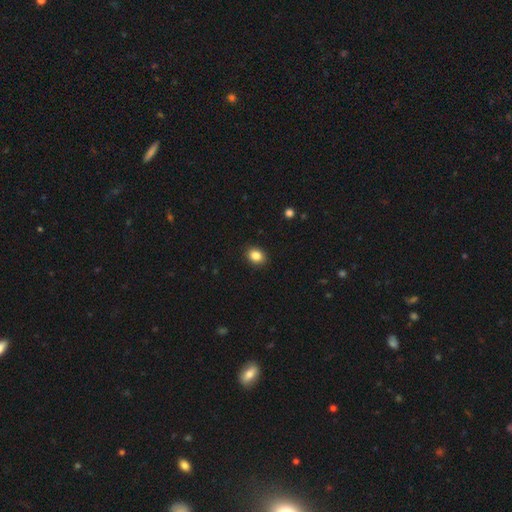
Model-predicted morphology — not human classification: Smooth or featured? Predicted: smooth (p=0.86). How rounded? Predicted: in between (p=0.50). Merging? Predicted: none (p=0.90).